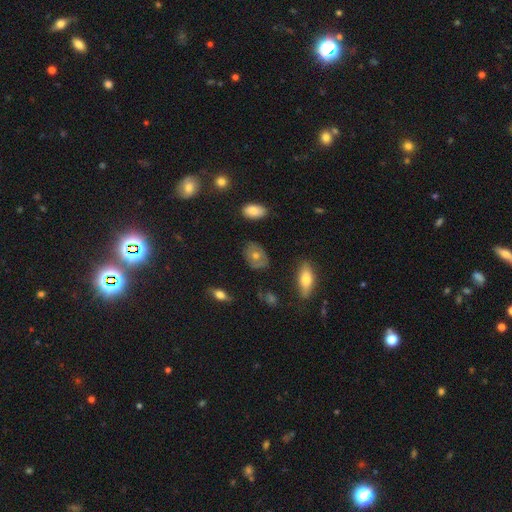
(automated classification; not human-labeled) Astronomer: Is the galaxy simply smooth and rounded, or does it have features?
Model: smooth — 53% (runner-up: featured or disk, 34%).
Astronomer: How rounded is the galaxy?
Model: in between — 66%.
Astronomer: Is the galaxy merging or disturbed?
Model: none — 73%.